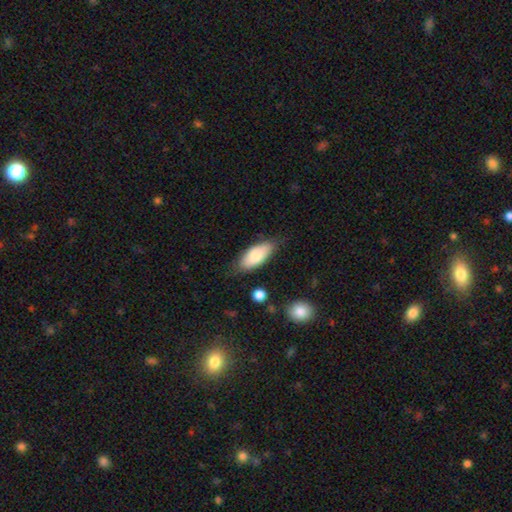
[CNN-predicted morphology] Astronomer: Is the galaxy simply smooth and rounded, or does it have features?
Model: smooth — 80%.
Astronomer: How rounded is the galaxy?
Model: in between — 85%.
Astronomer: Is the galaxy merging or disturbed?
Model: none — 73%.